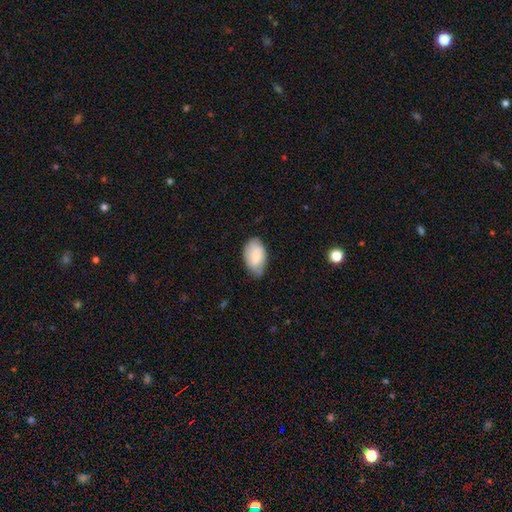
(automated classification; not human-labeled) A smooth galaxy with no disk features (74%) that is in between round and cigar-shaped (93%). Merging: none (69%).